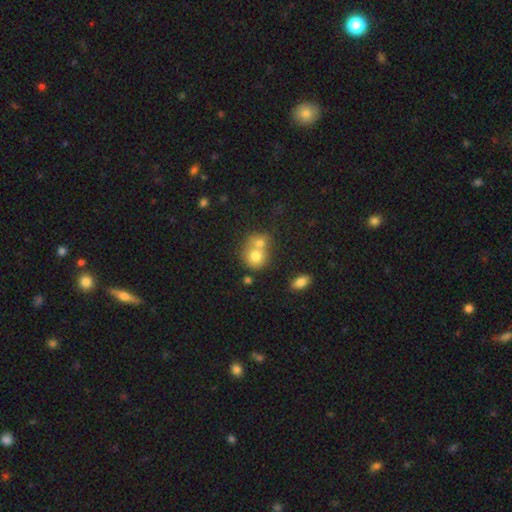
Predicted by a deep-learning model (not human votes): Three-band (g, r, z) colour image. It shows a smooth galaxy with no disk features (74%) that is round (74%). Merging: merger (62%).